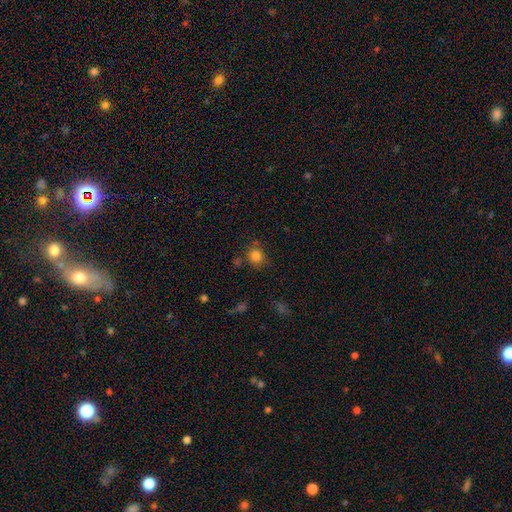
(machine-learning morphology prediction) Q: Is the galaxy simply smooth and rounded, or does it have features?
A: smooth — 82%.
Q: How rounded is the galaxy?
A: round — 81%.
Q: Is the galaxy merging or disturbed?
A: none — 73%.